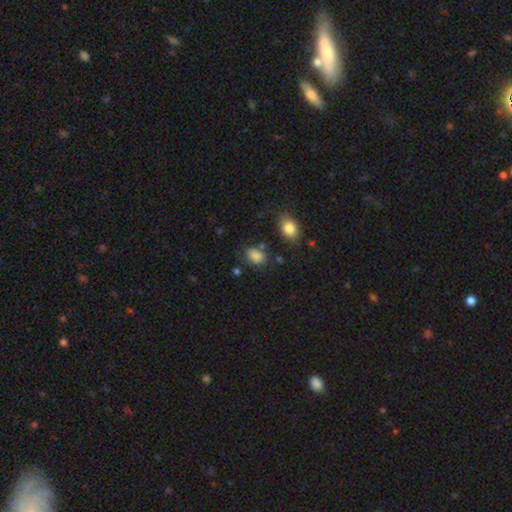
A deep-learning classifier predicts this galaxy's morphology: Smooth or featured: smooth — 85% (star or artifact — 10%)
How rounded: in between — 76% (round — 23%)
Merging: none — 73% (minor disturbance — 17%)